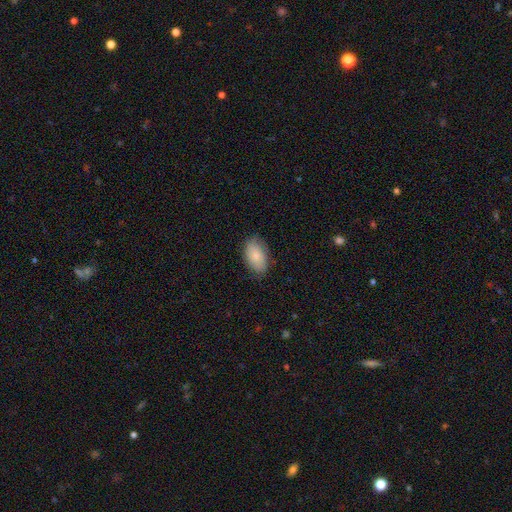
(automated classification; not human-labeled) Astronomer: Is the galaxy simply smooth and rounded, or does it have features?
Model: smooth — 82%.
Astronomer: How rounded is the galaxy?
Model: in between — 93%.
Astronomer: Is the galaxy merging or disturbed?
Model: none — 81%.